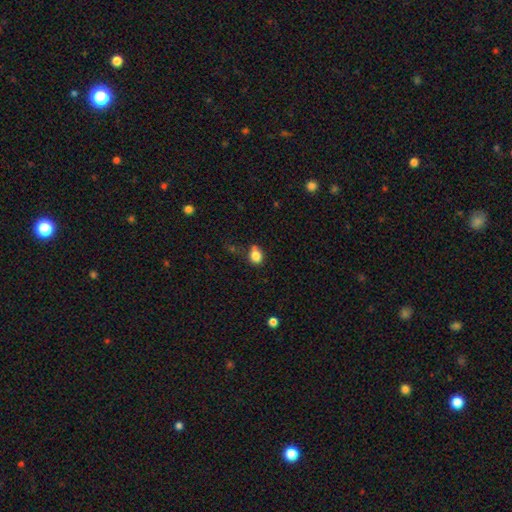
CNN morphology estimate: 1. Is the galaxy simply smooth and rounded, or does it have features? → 83% smooth, 11% star or artifact, 6% featured or disk.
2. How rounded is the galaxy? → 72% round, 27% in between, 1% cigar-shaped.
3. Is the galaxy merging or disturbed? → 58% none, 21% minor disturbance, 14% merger, 7% major disturbance.